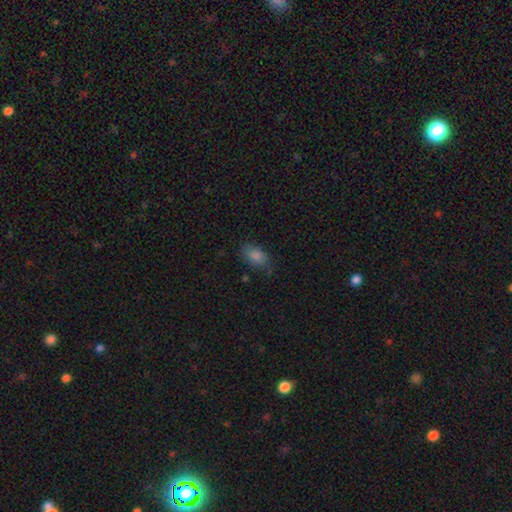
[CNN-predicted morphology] A smooth galaxy with no disk features (79%) that is in between round and cigar-shaped (89%). Merging: none (76%).